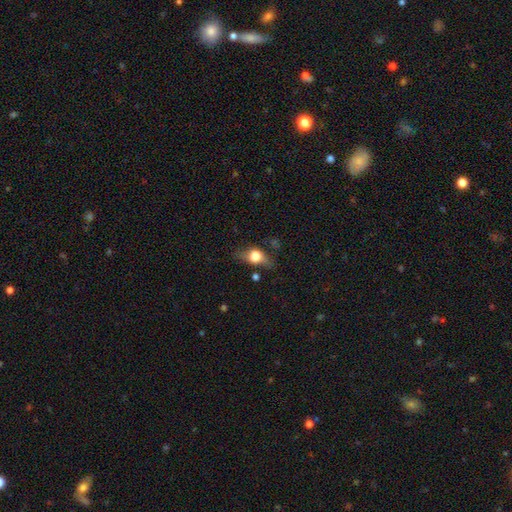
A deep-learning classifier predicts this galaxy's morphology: Smooth or featured: smooth — 57% (featured or disk — 33%)
How rounded: in between — 65% (round — 26%)
Merging: none — 55% (minor disturbance — 26%)